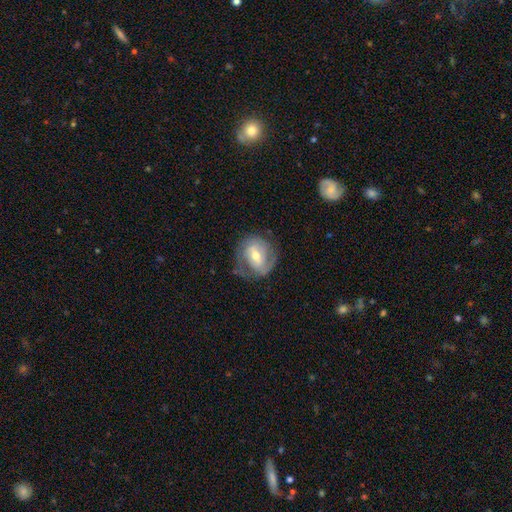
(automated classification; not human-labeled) Smooth or featured? Predicted: featured or disk (p=0.68). Edge-on disk? Predicted: no (p=0.96). Bar? Predicted: weak (p=0.46). Spiral arms? Predicted: yes (p=0.81). Spiral winding? Predicted: tight (p=0.47). Spiral arm count? Predicted: 2 (p=0.63). Bulge size? Predicted: moderate (p=0.66). Merging? Predicted: none (p=0.64).